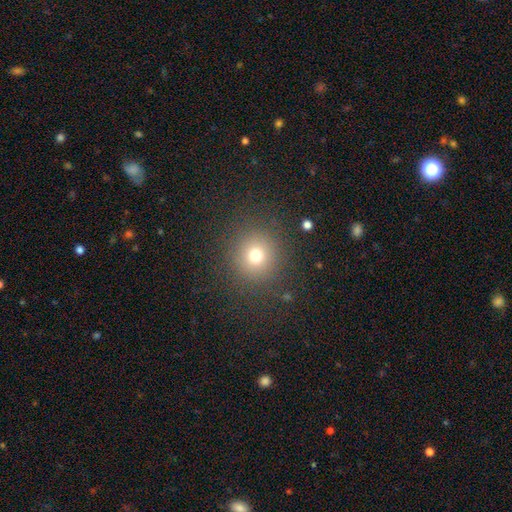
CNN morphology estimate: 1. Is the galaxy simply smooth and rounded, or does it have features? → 73% smooth, 18% star or artifact, 9% featured or disk.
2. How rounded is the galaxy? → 93% round, 6% in between, 1% cigar-shaped.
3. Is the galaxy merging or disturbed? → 87% none, 7% minor disturbance, 4% major disturbance, 1% merger.